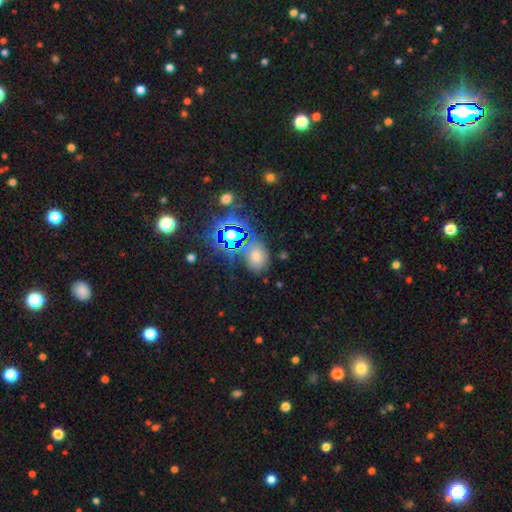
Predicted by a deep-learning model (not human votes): A smooth galaxy with no disk features (45%). Merging: none (71%).